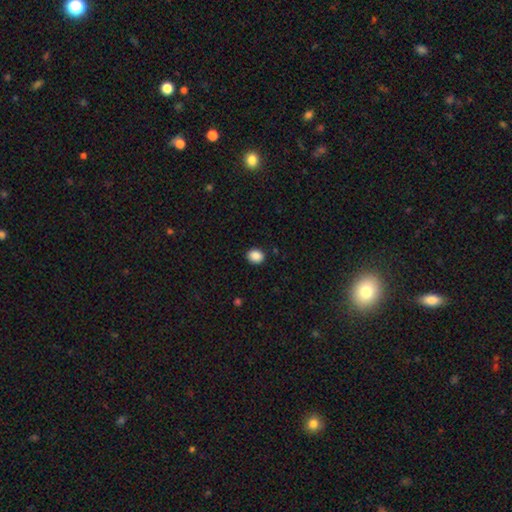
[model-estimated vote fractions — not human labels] Smooth or featured? smooth (89%)
How rounded? round (59%)
Merging? none (89%)